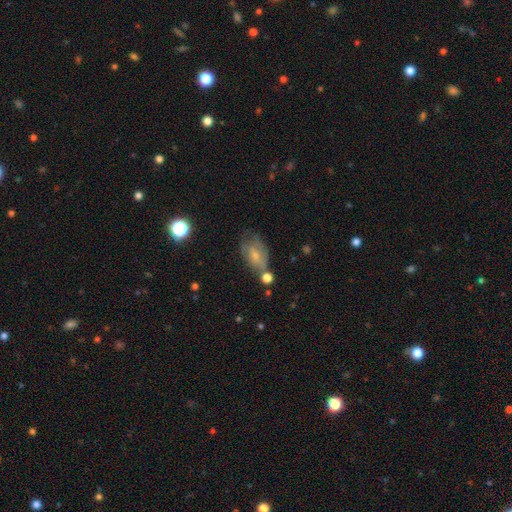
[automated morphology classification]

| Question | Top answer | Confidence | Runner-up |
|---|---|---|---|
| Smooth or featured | smooth | 52% | featured or disk (38%) |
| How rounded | in between | 84% | round (13%) |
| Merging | none | 40% | minor disturbance (28%) |